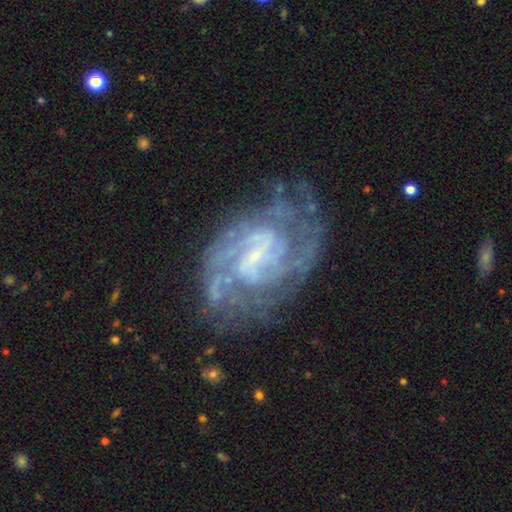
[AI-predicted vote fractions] This appears to be a featured or disk galaxy (88%) with a weak bar (52%), 2 (35%) tight (53%) spiral arms (95%) and a small central bulge (71%). Merging: none (68%).